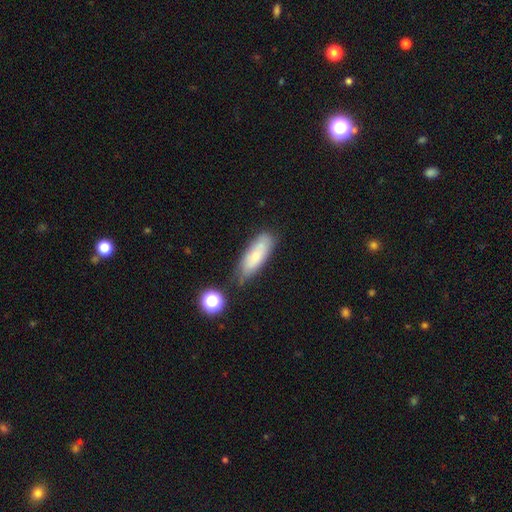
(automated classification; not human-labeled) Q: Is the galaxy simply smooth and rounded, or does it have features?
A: smooth — 69%.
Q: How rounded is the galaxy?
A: in between — 59%.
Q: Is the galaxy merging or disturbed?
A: none — 65%.